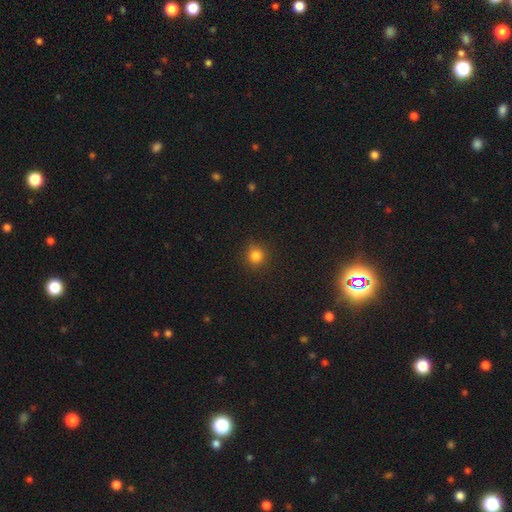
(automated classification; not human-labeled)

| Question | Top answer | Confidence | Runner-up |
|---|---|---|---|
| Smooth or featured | smooth | 83% | star or artifact (13%) |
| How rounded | round | 93% | in between (6%) |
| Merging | none | 89% | minor disturbance (8%) |